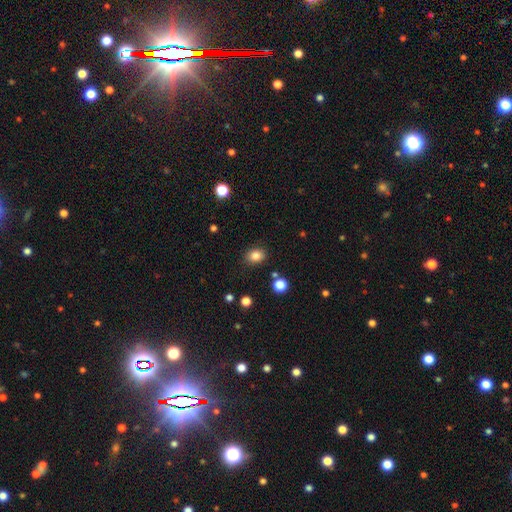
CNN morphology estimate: This is clearly a smooth galaxy (83%). How rounded: possibly round (52%). Merging: clearly none (84%).